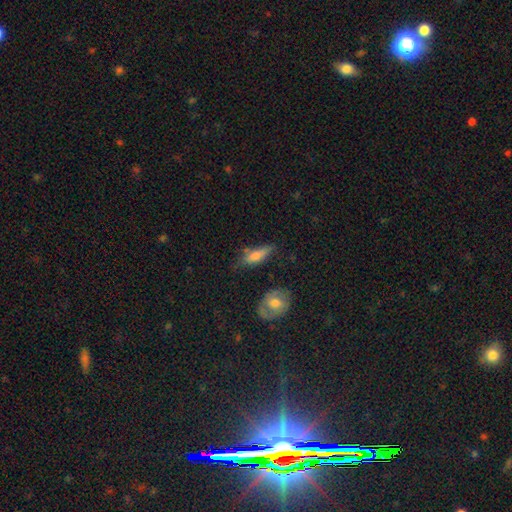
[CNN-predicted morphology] A smooth galaxy with no disk features (63%) that is in between round and cigar-shaped (50%).

Vote fractions:
- Smooth or featured? smooth: 63% / featured or disk: 29% / star or artifact: 7%
- How rounded? in between: 50% / cigar-shaped: 46% / round: 4%
- Merging? none: 63% / minor disturbance: 24% / major disturbance: 7% / merger: 6%